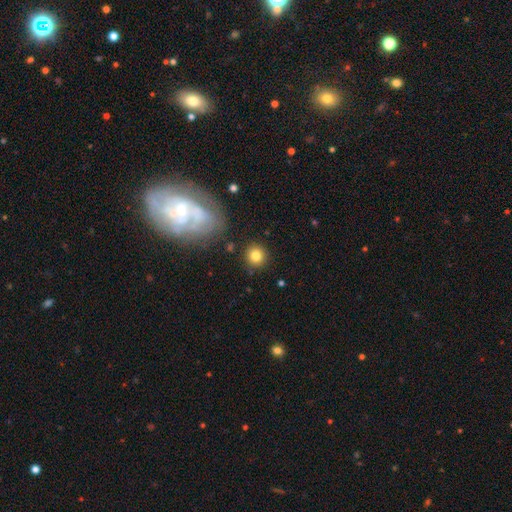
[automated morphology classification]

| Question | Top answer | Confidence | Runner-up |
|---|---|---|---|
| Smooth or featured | smooth | 81% | star or artifact (11%) |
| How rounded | round | 93% | in between (6%) |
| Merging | none | 88% | minor disturbance (6%) |